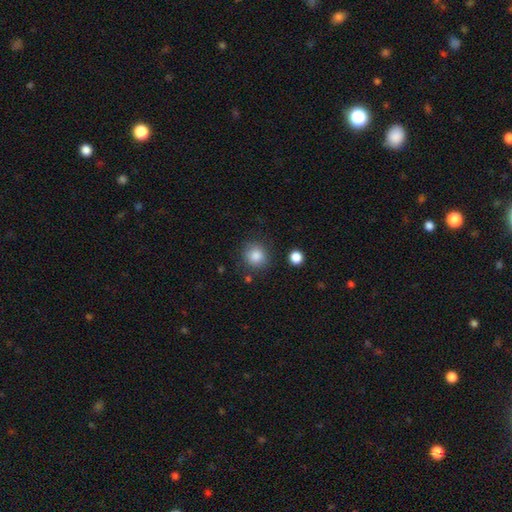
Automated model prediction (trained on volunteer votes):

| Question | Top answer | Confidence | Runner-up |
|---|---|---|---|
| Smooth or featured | smooth | 86% | star or artifact (10%) |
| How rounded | round | 89% | in between (10%) |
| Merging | none | 83% | minor disturbance (10%) |